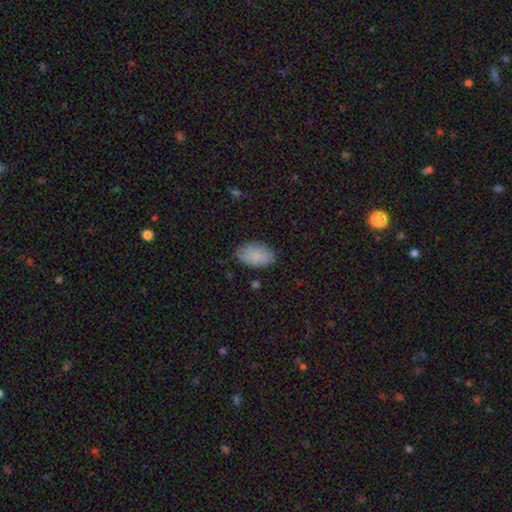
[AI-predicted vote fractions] smooth_or_featured: smooth (p=0.84) [alt: featured or disk p=0.09]
how_rounded: in between (p=0.92) [alt: round p=0.07]
merging: none (p=0.81) [alt: minor disturbance p=0.14]